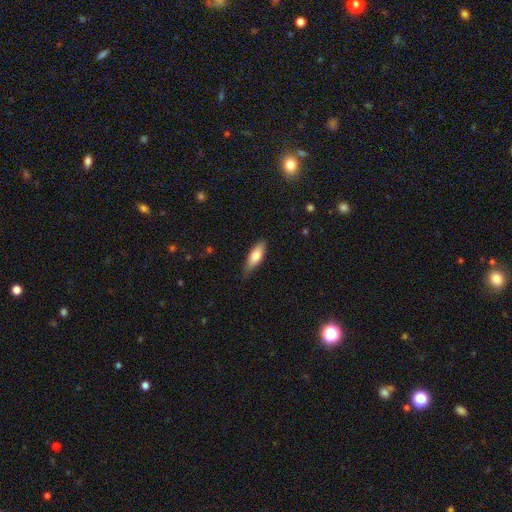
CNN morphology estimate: A smooth galaxy with no disk features (77%) that is in between round and cigar-shaped (65%).

Vote fractions:
- Smooth or featured? smooth: 77% / featured or disk: 17% / star or artifact: 6%
- How rounded? in between: 65% / cigar-shaped: 33% / round: 2%
- Merging? none: 71% / minor disturbance: 24% / major disturbance: 4% / merger: 1%